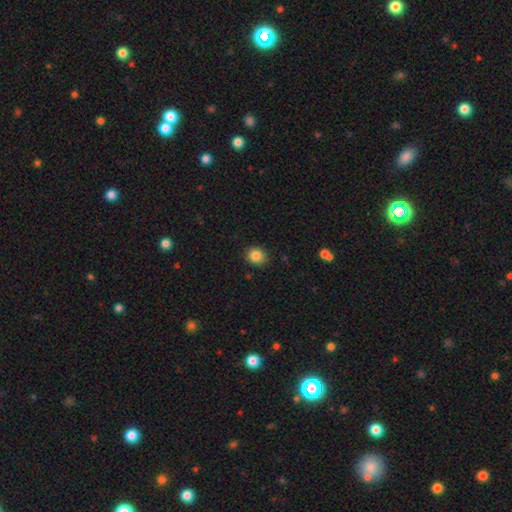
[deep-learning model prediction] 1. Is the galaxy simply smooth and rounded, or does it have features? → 85% smooth, 10% star or artifact, 5% featured or disk.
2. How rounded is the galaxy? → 76% round, 24% in between, 1% cigar-shaped.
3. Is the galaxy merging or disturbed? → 87% none, 9% minor disturbance, 2% major disturbance, 1% merger.